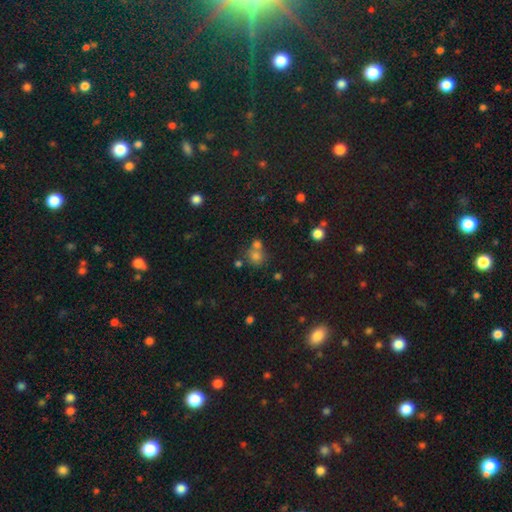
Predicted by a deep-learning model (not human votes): Smooth or featured? smooth (71%)
How rounded? round (78%)
Merging? none (46%)